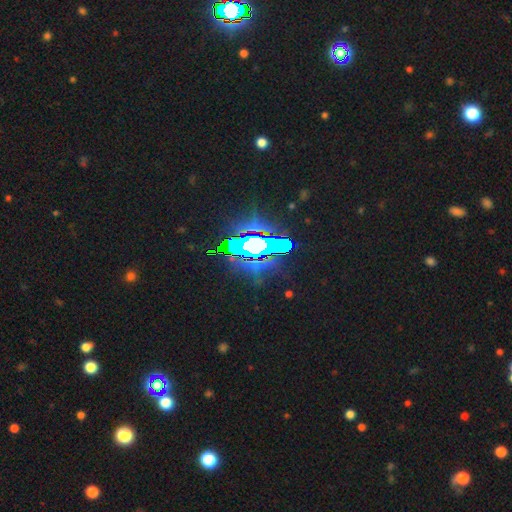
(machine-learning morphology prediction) Smooth or featured?
  - star or artifact: 60% *
  - featured or disk: 24%
  - smooth: 15%